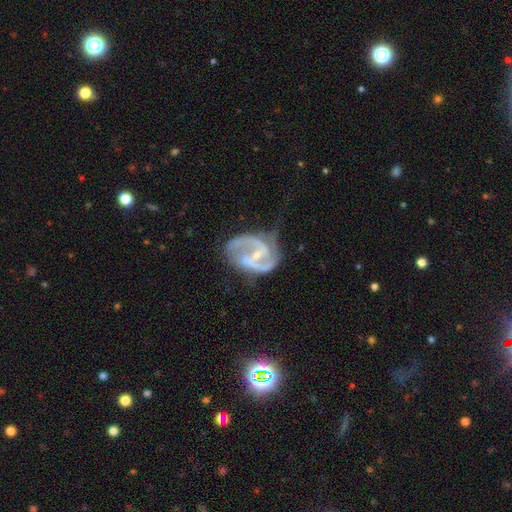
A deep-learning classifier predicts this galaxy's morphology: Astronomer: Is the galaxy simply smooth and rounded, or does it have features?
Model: featured or disk — 89%.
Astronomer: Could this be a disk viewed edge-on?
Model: no — 98%.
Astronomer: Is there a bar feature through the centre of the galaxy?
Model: weak — 47% (runner-up: strong, 34%).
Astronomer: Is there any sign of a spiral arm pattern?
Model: yes — 95%.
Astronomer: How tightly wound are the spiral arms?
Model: medium — 55%.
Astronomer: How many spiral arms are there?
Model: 2 — 86%.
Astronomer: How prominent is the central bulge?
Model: small — 65%.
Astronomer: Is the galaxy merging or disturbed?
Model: none — 47% (runner-up: minor disturbance, 29%).